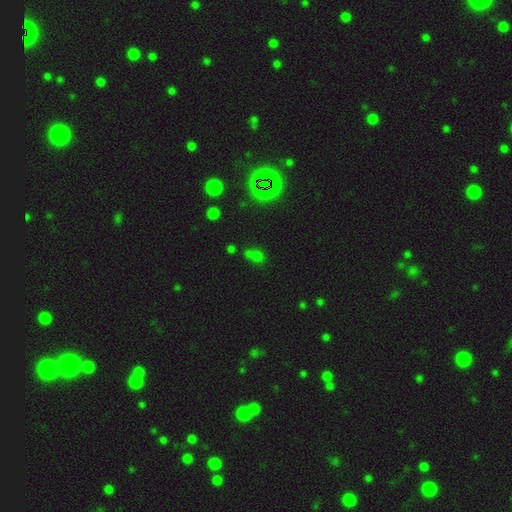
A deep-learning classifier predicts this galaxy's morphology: Smooth or featured? Predicted: smooth (p=0.48). Merging? Predicted: none (p=0.51).